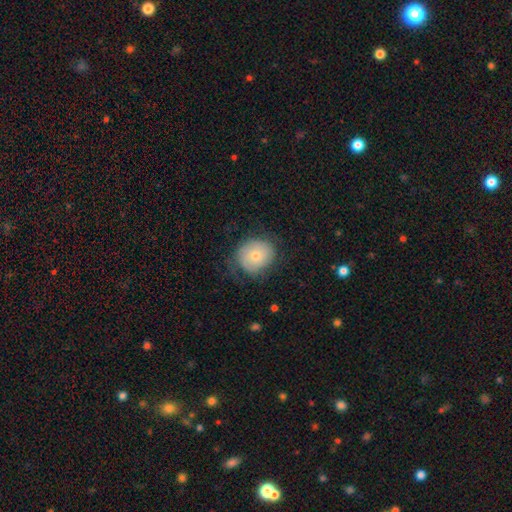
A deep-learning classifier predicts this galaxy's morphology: A smooth galaxy with no disk features (61%) that is round (76%). Merging: none (62%).